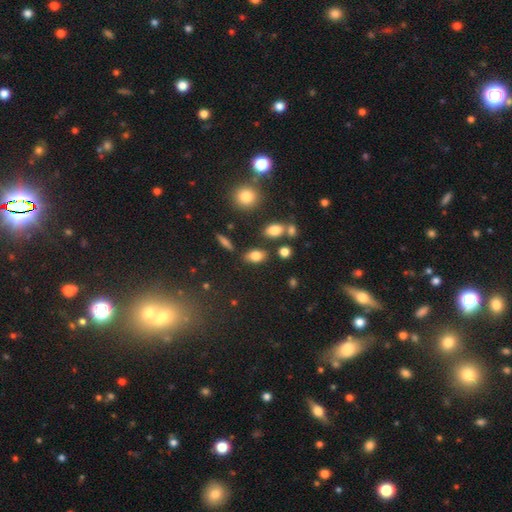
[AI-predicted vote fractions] This is likely a smooth galaxy (79%). How rounded: clearly in between (86%). Merging: likely none (77%).